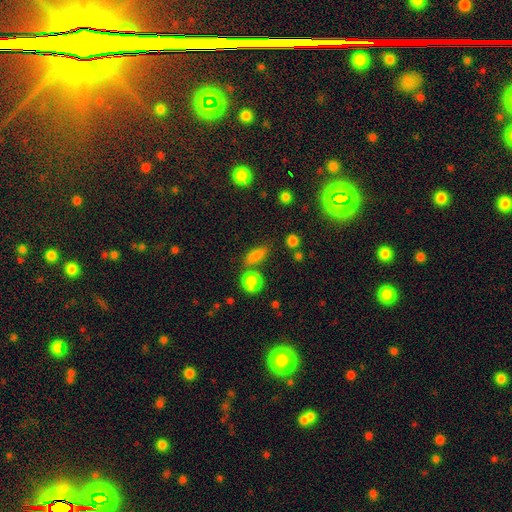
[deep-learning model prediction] Overall: smooth (81%). How rounded: in between (67%). Merging: none (67%).